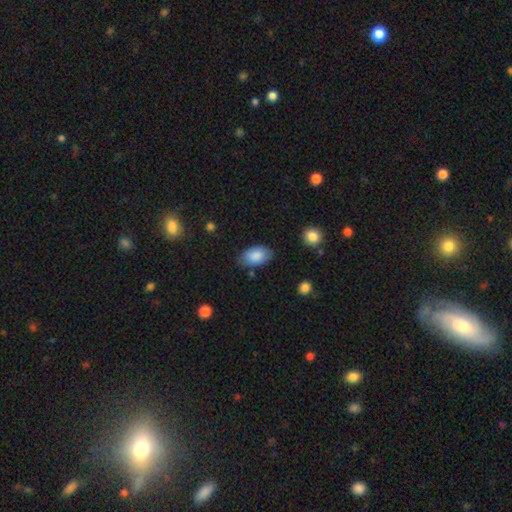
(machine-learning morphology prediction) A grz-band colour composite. It shows a smooth galaxy with no disk features (86%) that is in between round and cigar-shaped (93%). Merging: none (75%).